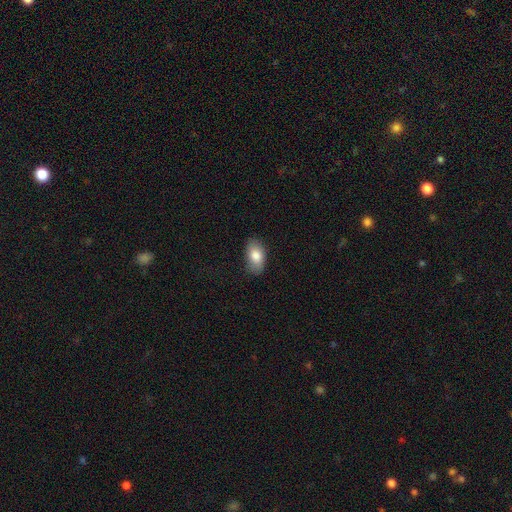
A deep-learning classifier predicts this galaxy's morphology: The model was most divided on "merging": none: 82%, minor disturbance: 14%, major disturbance: 3%, merger: 1%. More confident: how rounded — in between (92%); smooth or featured — smooth (82%).